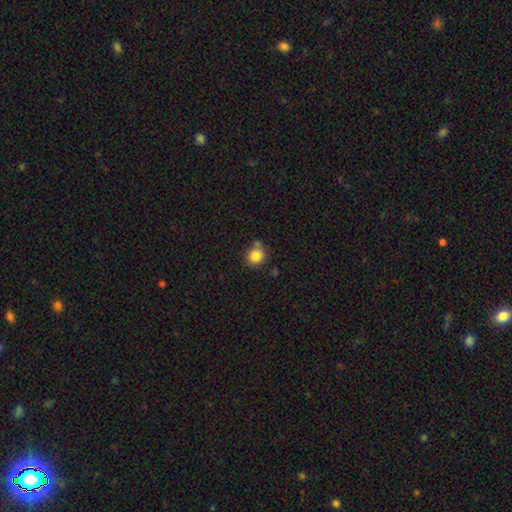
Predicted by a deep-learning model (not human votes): A smooth galaxy with no disk features (85%) that is round (87%).

Vote fractions:
- Smooth or featured? smooth: 85% / star or artifact: 10% / featured or disk: 5%
- How rounded? round: 87% / in between: 12% / cigar-shaped: 1%
- Merging? none: 68% / minor disturbance: 16% / merger: 11% / major disturbance: 4%